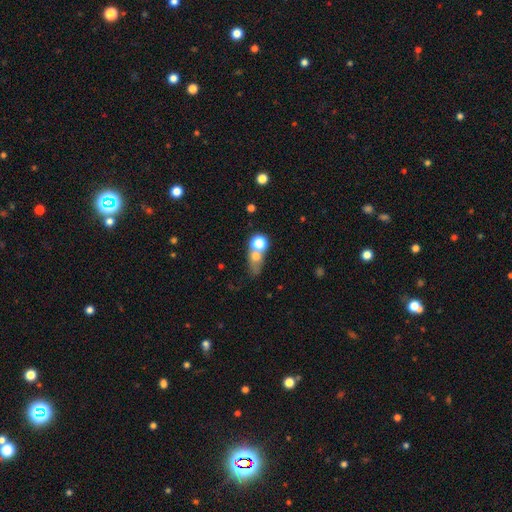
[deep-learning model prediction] Overall: smooth (64%). How rounded: round (52%; in between 41%). Merging: merger (47%; none 34%).